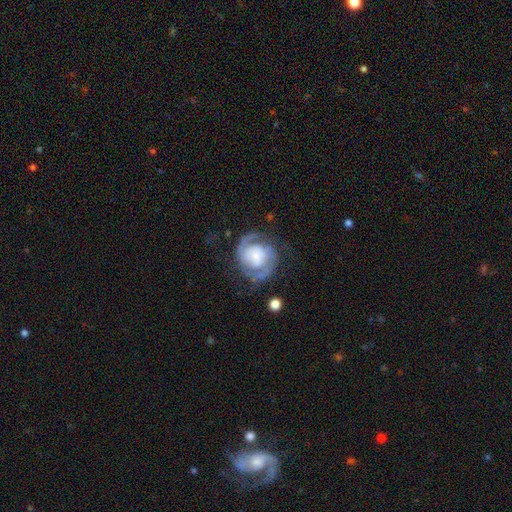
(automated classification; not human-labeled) Smooth or featured? featured or disk (84%)
Edge-on disk? no (98%)
Bar? no (59%)
Spiral arms? yes (96%)
Spiral winding? medium (46%)
Spiral arm count? 2 (85%)
Bulge size? small (31%)
Merging? none (67%)